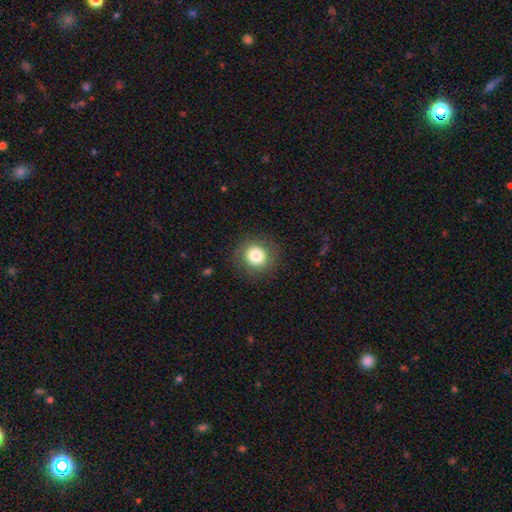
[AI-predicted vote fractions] smooth-or-featured: smooth: 79% | featured or disk: 11% | star or artifact: 11%
  how-rounded: round: 91% | in between: 8% | cigar-shaped: 1%
  merging: none: 88% | minor disturbance: 8% | major disturbance: 4% | merger: 1%